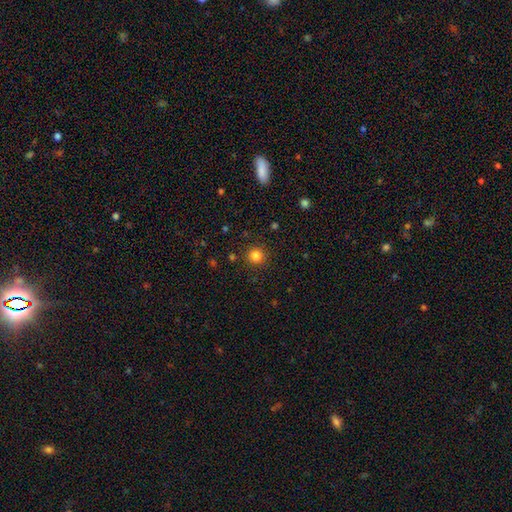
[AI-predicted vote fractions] smooth-or-featured: smooth: 83% | star or artifact: 13% | featured or disk: 4%
  how-rounded: round: 93% | in between: 6% | cigar-shaped: 1%
  merging: none: 89% | minor disturbance: 7% | major disturbance: 2% | merger: 2%